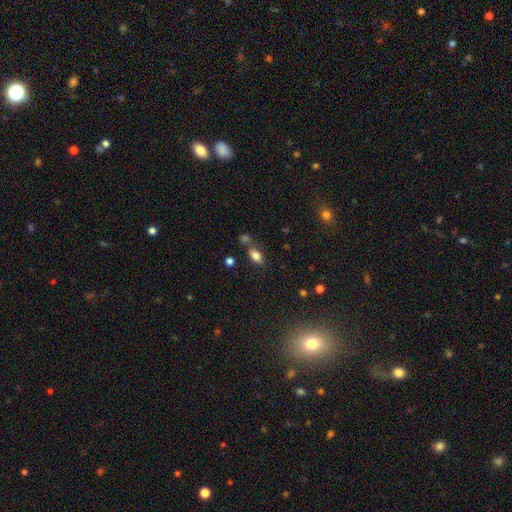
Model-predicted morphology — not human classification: Smooth or featured? Predicted: smooth (p=0.78). How rounded? Predicted: in between (p=0.87). Merging? Predicted: none (p=0.65).